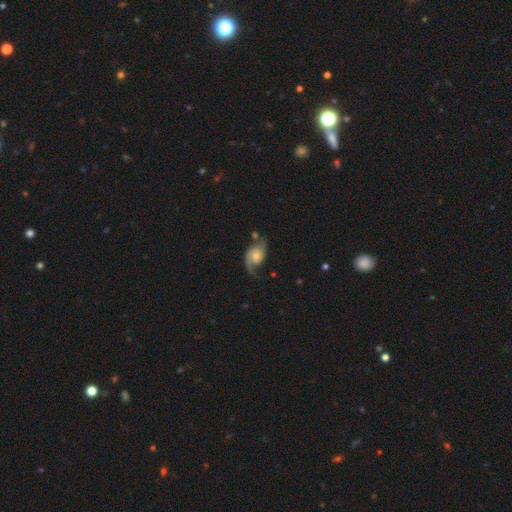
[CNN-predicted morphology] type=featured or disk (70%); edge-on=no (97%); bar=no (70%); spiral arms=yes (92%); winding=loose (54%); arm count=2 (64%); bulge=moderate (42%); merging=none (48%).